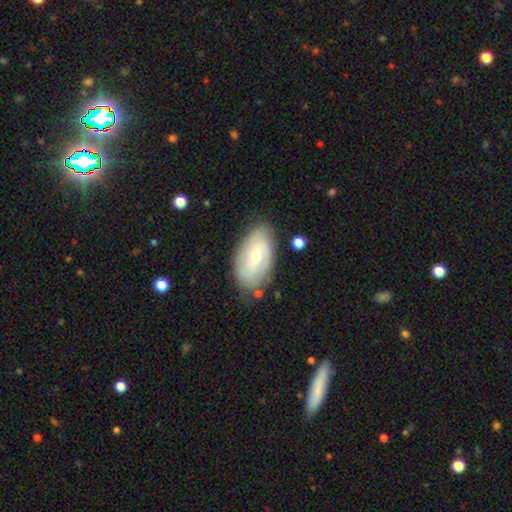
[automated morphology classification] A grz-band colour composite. It shows a featured or disk galaxy (56%) with no bar (56%), spiral arms (73%) and a moderate central bulge (49%). Merging: none (74%).